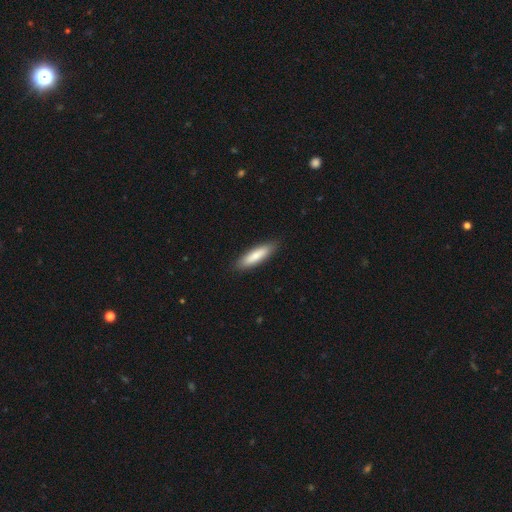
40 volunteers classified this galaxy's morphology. type=smooth (80%); roundness=cigar-shaped (59%); merging=none (92%).